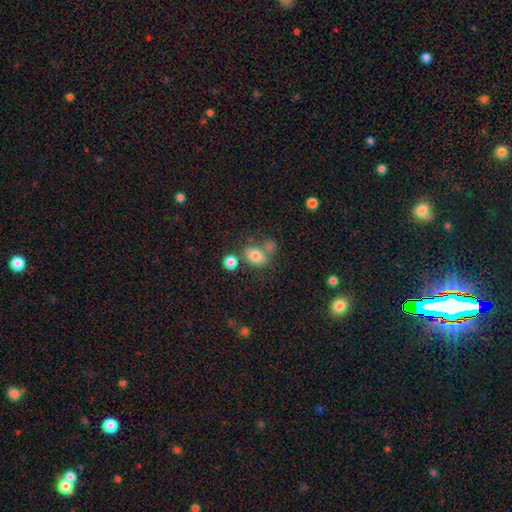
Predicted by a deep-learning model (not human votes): smooth_or_featured: smooth (p=0.79) [alt: star or artifact p=0.11]
how_rounded: in between (p=0.59) [alt: round p=0.40]
merging: none (p=0.53) [alt: merger p=0.25]